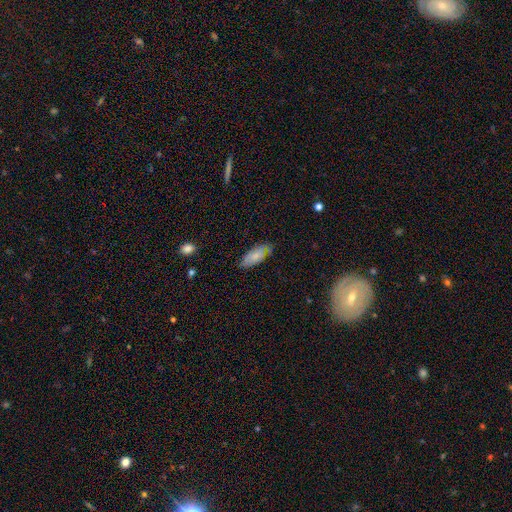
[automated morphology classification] type=smooth (69%); roundness=in between (82%); merging=none (71%).